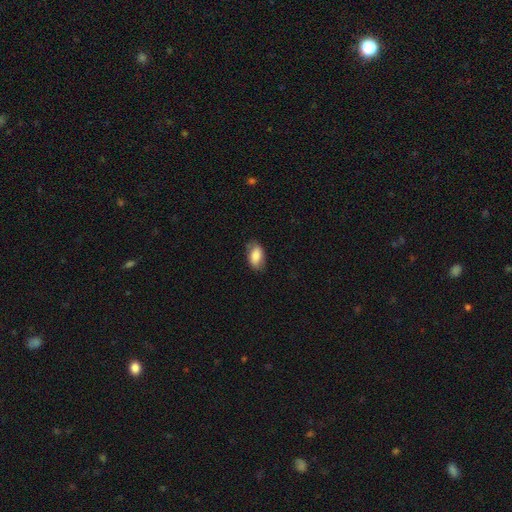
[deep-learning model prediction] A smooth galaxy with no disk features (81%) that is in between round and cigar-shaped (92%). Merging: none (76%).